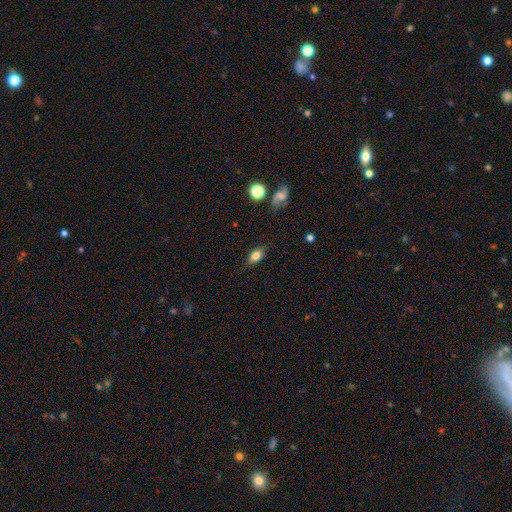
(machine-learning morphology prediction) type=smooth (78%); roundness=in between (83%); merging=none (78%).